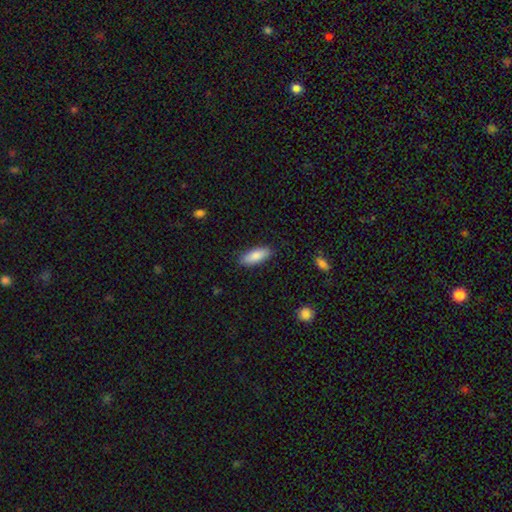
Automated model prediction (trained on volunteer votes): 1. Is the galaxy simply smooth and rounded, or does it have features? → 84% smooth, 10% featured or disk, 6% star or artifact.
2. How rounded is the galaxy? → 75% in between, 23% cigar-shaped, 2% round.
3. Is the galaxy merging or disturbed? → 87% none, 10% minor disturbance, 2% major disturbance, 1% merger.